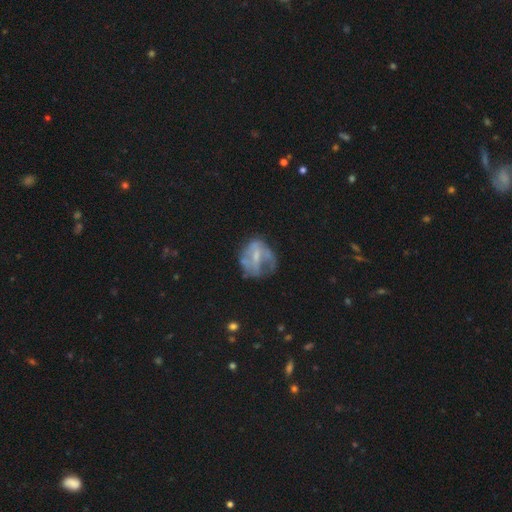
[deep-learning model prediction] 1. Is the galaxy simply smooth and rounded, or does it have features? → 57% featured or disk, 32% smooth, 10% star or artifact.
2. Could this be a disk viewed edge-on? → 97% no, 3% yes.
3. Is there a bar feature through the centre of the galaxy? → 47% no, 39% weak, 14% strong.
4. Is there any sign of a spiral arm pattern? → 60% no, 40% yes.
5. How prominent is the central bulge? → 47% small, 26% none, 23% moderate, 2% large, 1% dominant.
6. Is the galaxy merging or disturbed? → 42% none, 29% major disturbance, 25% minor disturbance, 4% merger.